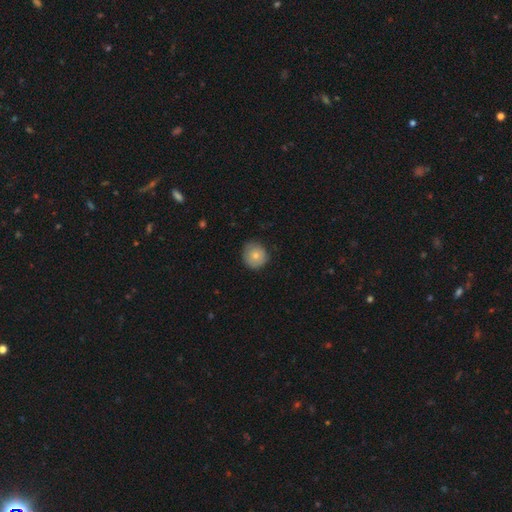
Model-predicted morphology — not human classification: Overall: smooth (74%). How rounded: round (90%). Merging: none (79%).